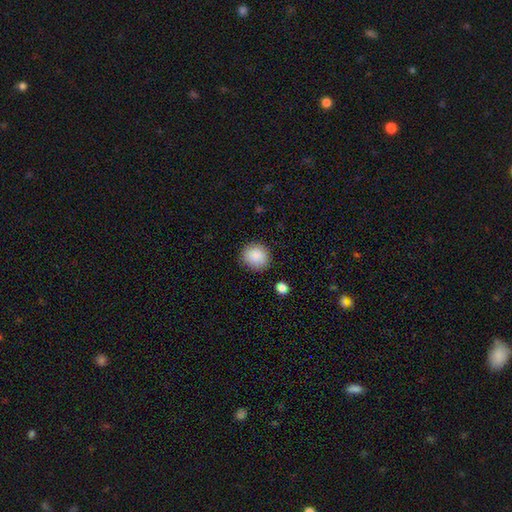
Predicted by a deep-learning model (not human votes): The model was most divided on "how rounded": round: 84%, in between: 15%, cigar-shaped: 1%. More confident: smooth or featured — smooth (88%); merging — none (87%).